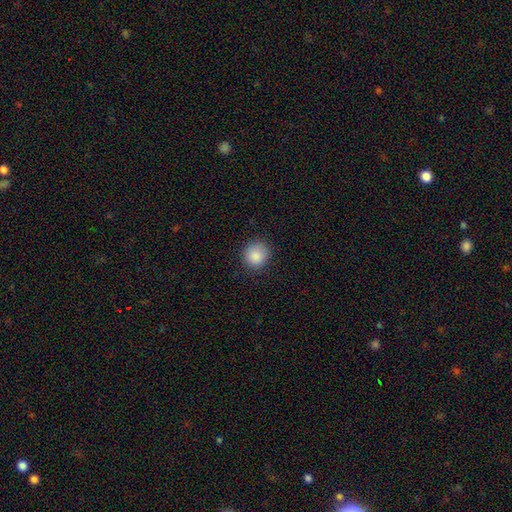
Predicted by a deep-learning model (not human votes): smooth-or-featured: smooth: 87% | star or artifact: 9% | featured or disk: 4%
  how-rounded: round: 88% | in between: 11% | cigar-shaped: 1%
  merging: none: 86% | minor disturbance: 10% | major disturbance: 3% | merger: 1%